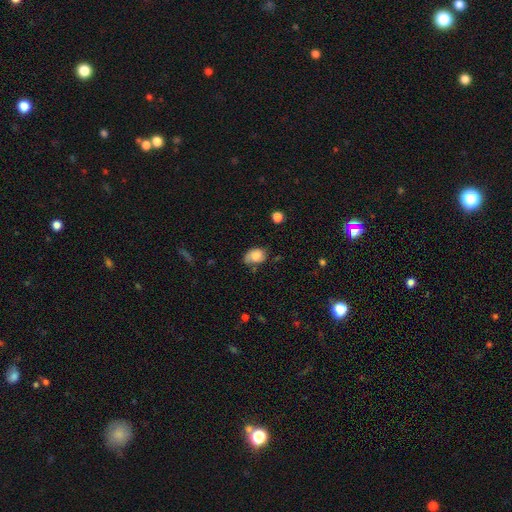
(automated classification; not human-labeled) Morphology: type=smooth (77%); roundness=in between (79%); merging=none (55%).